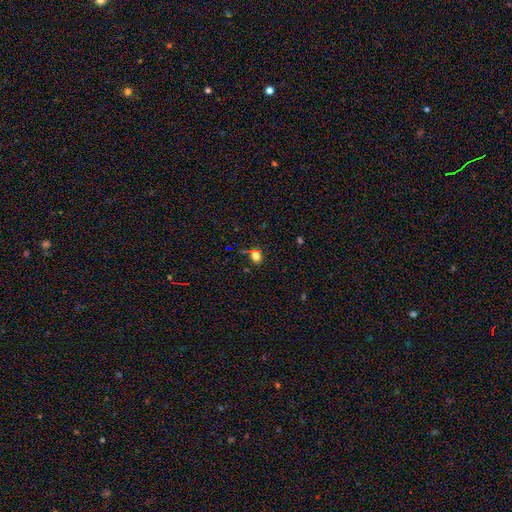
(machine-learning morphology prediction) A smooth galaxy with no disk features (74%) that is round (67%).

Vote fractions:
- Smooth or featured? smooth: 74% / star or artifact: 19% / featured or disk: 7%
- How rounded? round: 67% / in between: 32% / cigar-shaped: 1%
- Merging? none: 71% / minor disturbance: 16% / merger: 7% / major disturbance: 6%